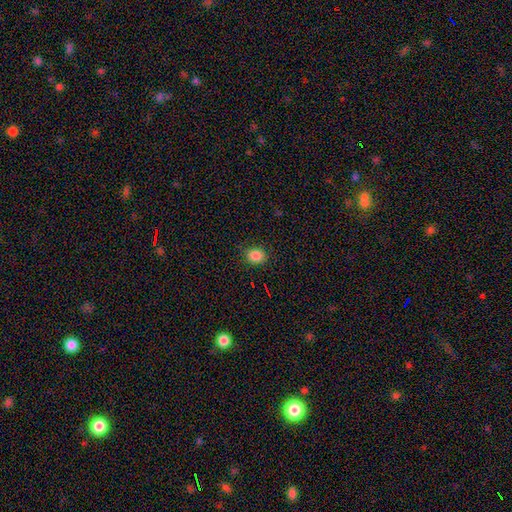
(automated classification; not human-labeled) smooth_or_featured: smooth (p=0.86) [alt: star or artifact p=0.10]
how_rounded: round (p=0.60) [alt: in between p=0.39]
merging: none (p=0.86) [alt: minor disturbance p=0.10]